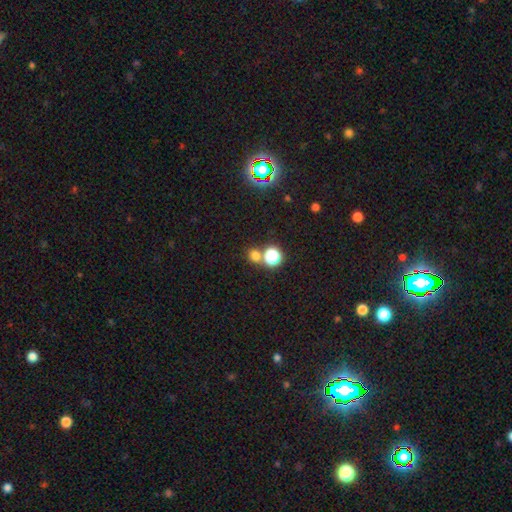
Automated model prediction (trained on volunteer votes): A smooth galaxy with no disk features (68%) that is round (83%). Merging: none (65%).